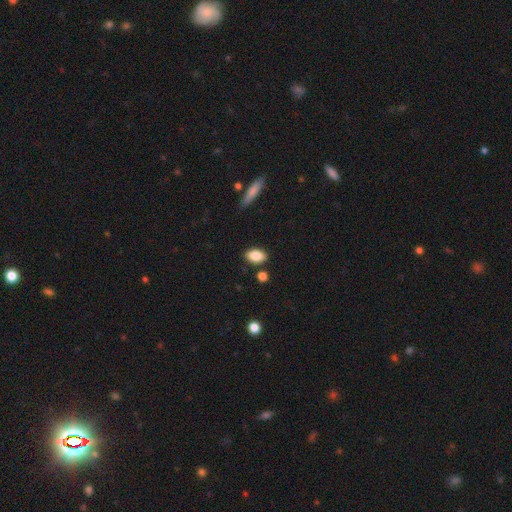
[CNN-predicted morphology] Smooth or featured?
  - smooth: 85% *
  - star or artifact: 8%
  - featured or disk: 7%
How rounded?
  - in between: 89% *
  - round: 8%
  - cigar-shaped: 3%
Merging?
  - none: 84% *
  - minor disturbance: 10%
  - merger: 4%
  - major disturbance: 2%